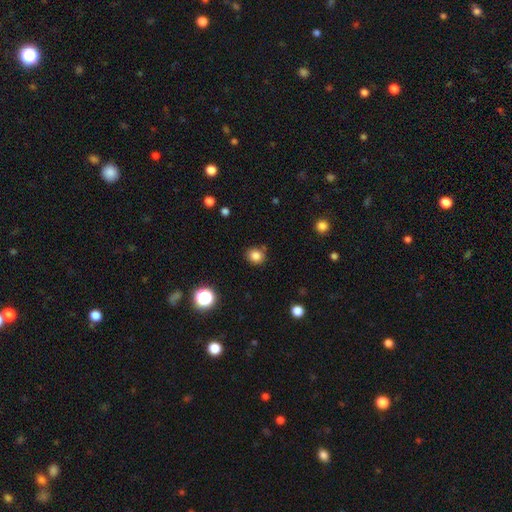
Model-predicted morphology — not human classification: smooth 83%, star or artifact 13%, featured or disk 5%. Down the decision tree: how rounded — round (82%); merging — none (81%).